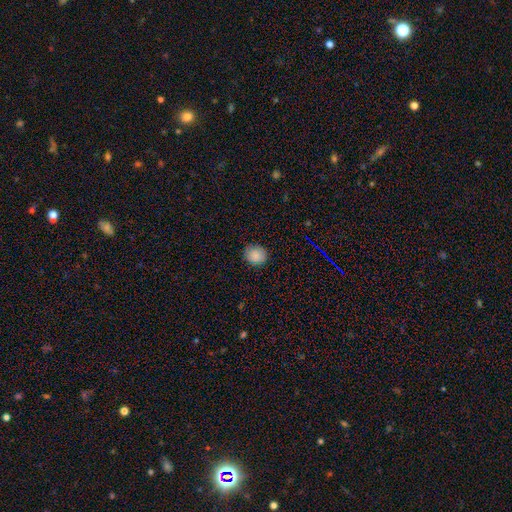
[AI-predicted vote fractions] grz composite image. It shows a smooth galaxy with no disk features (86%) that is round (80%). Merging: none (88%).